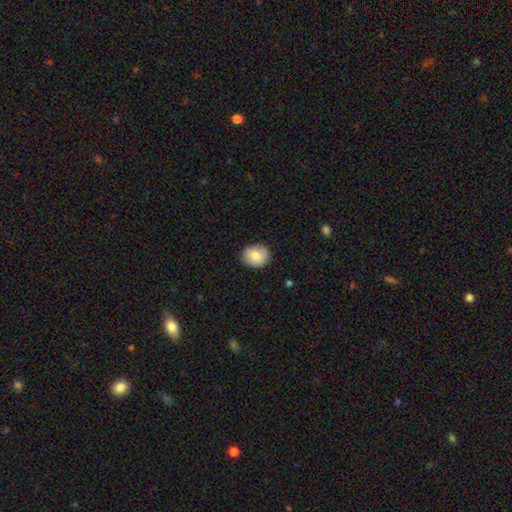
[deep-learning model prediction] Smooth or featured? smooth (81%)
How rounded? round (65%)
Merging? none (84%)